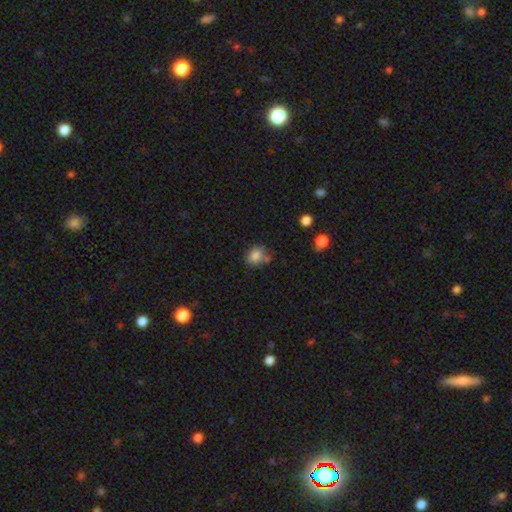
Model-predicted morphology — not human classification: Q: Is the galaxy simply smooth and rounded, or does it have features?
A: smooth — 82%.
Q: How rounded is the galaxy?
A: in between — 52%.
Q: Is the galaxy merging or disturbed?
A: none — 60%.